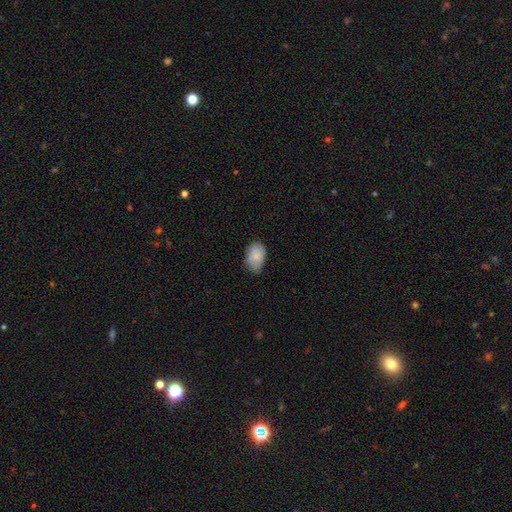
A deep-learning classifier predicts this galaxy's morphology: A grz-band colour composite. It shows a smooth galaxy with no disk features (81%) that is in between round and cigar-shaped (88%). Merging: none (56%).